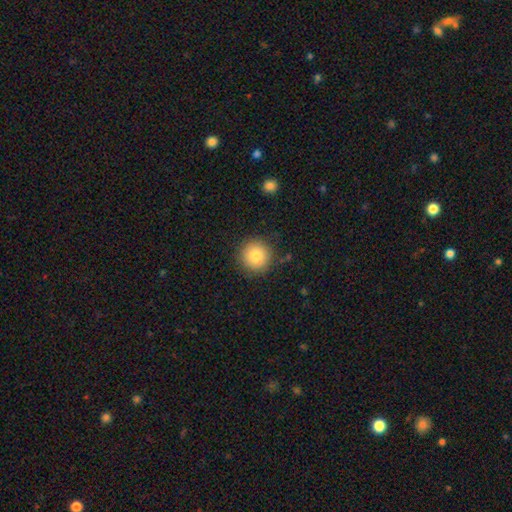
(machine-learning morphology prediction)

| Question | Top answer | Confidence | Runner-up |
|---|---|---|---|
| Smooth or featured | smooth | 81% | featured or disk (10%) |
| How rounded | round | 95% | in between (4%) |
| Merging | none | 88% | minor disturbance (8%) |